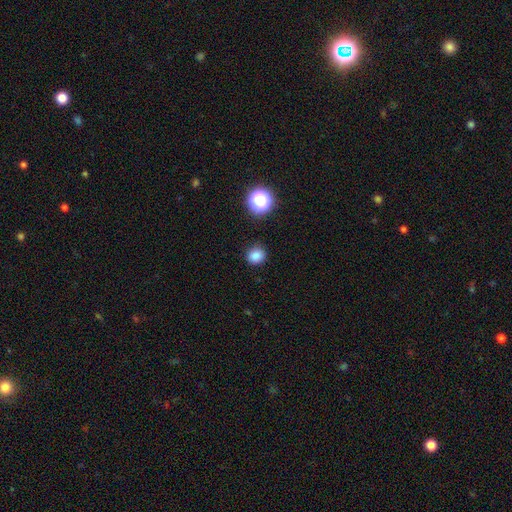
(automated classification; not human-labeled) Morphology: type=smooth (82%); roundness=round (80%); merging=none (87%).